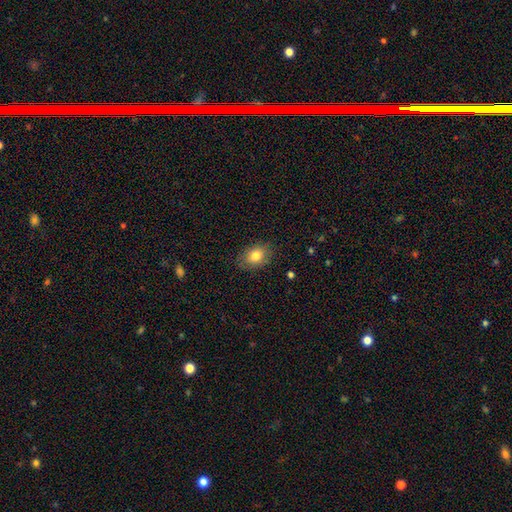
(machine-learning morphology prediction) This is clearly a smooth galaxy (81%). How rounded: likely in between (74%). Merging: clearly none (83%).